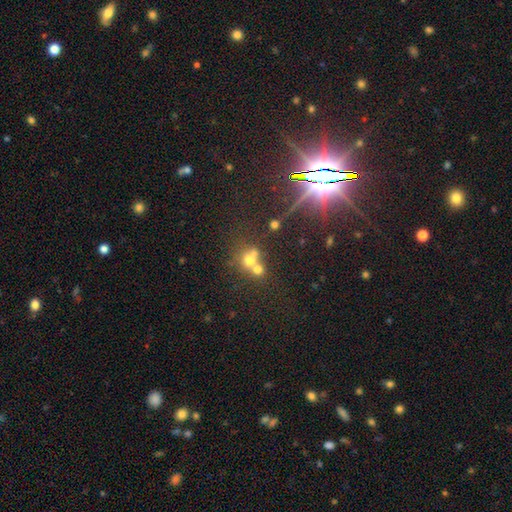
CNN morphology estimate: A smooth galaxy with no disk features (41%). Merging: merger (51%).